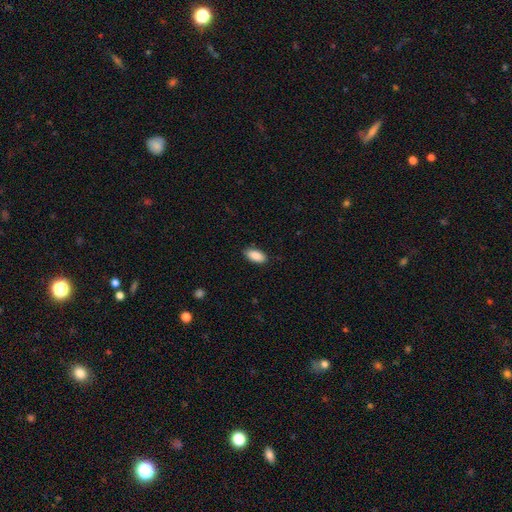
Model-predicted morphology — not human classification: type=smooth (90%); roundness=in between (92%); merging=none (87%).